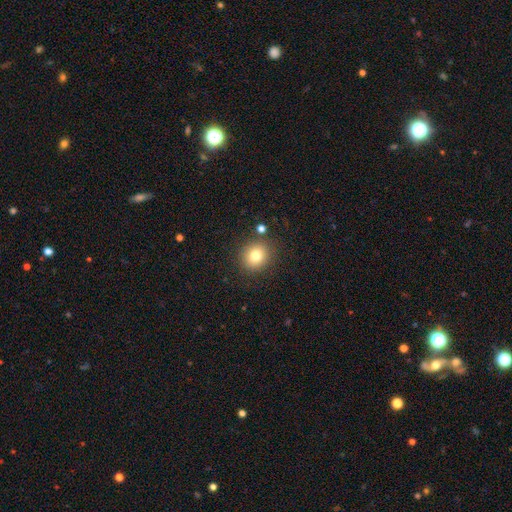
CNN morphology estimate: Smooth or featured? Predicted: smooth (p=0.78). How rounded? Predicted: round (p=0.81). Merging? Predicted: none (p=0.85).